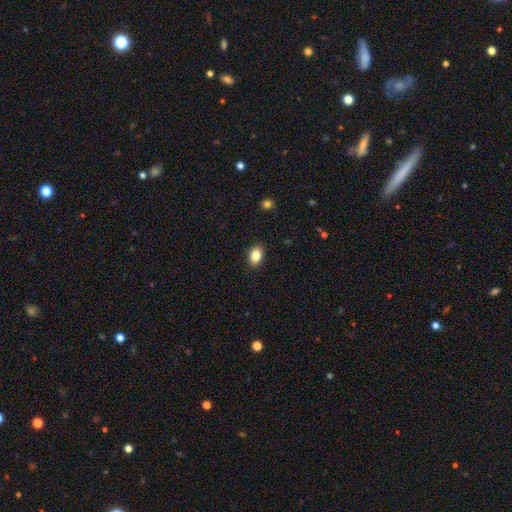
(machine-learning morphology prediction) smooth 85%, star or artifact 9%, featured or disk 6%. Down the decision tree: how rounded — in between (80%); merging — none (89%).